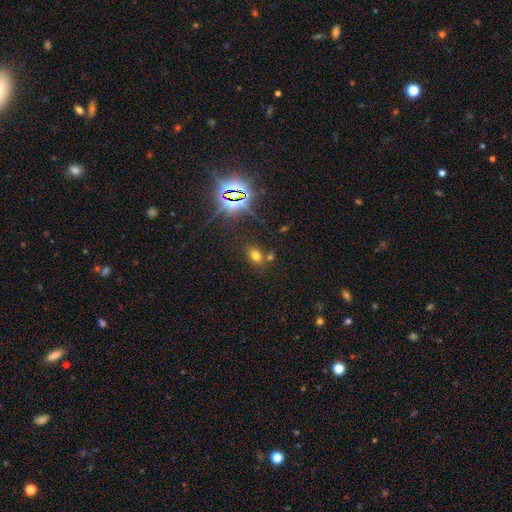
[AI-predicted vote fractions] A smooth galaxy with no disk features (61%) that is in between round and cigar-shaped (64%).

Vote fractions:
- Smooth or featured? smooth: 61% / star or artifact: 29% / featured or disk: 10%
- How rounded? in between: 64% / round: 34% / cigar-shaped: 2%
- Merging? none: 69% / merger: 16% / minor disturbance: 11% / major disturbance: 4%